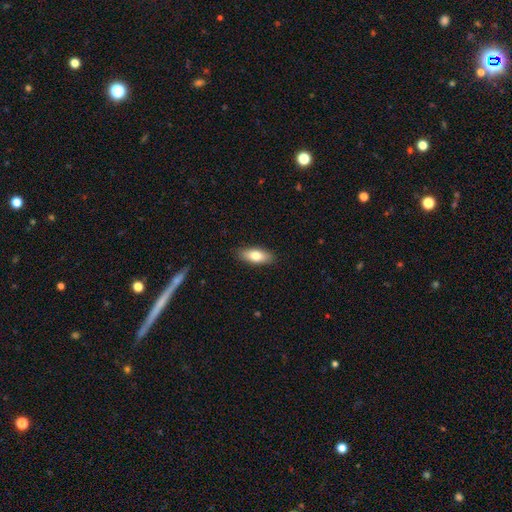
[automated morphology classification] The model was most divided on "smooth or featured": smooth: 77%, featured or disk: 17%, star or artifact: 6%. More confident: merging — none (88%); how rounded — in between (80%).